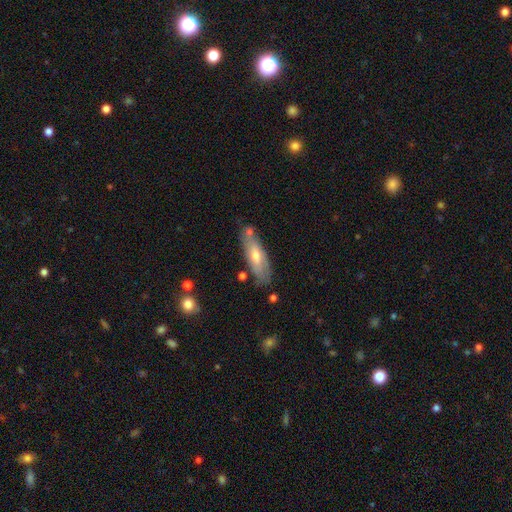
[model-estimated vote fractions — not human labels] A smooth galaxy with no disk features (47%).

Vote fractions:
- Smooth or featured? smooth: 47% / featured or disk: 46% / star or artifact: 6%
- Merging? none: 72% / minor disturbance: 17% / merger: 7% / major disturbance: 4%